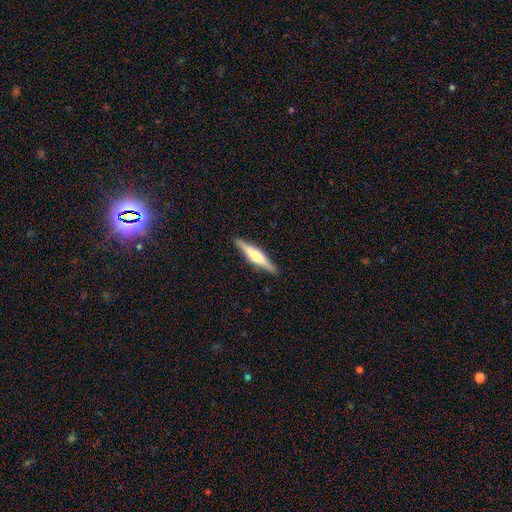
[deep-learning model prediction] The model was most divided on "smooth or featured": featured or disk: 58%, smooth: 37%, star or artifact: 5%. More confident: edge-on disk — yes (97%); merging — none (90%); edge-on bulge — rounded (58%).